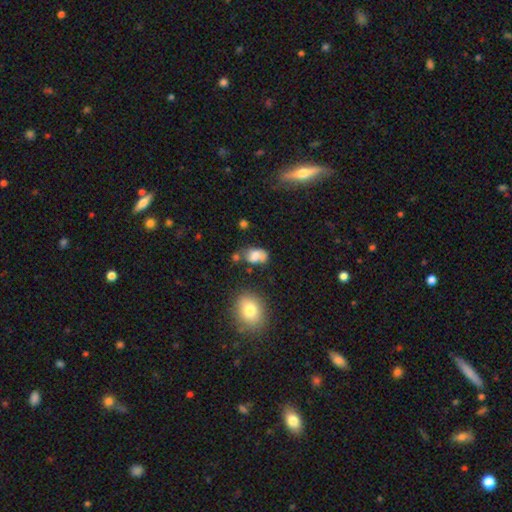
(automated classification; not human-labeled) Smooth or featured? smooth (66%)
How rounded? in between (84%)
Merging? none (41%)